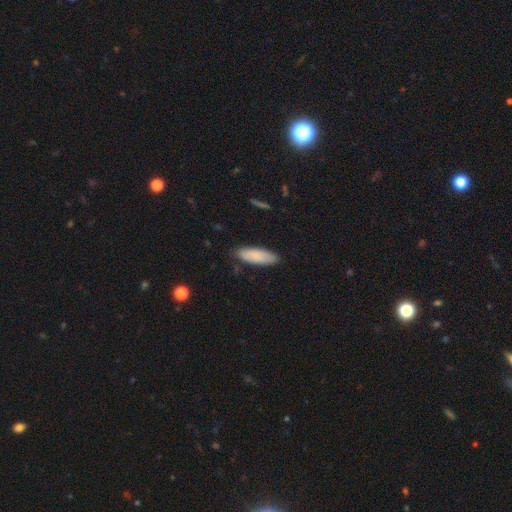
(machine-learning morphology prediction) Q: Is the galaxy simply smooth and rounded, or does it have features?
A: smooth — 86%.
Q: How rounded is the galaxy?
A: in between — 60%.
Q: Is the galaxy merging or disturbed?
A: none — 83%.